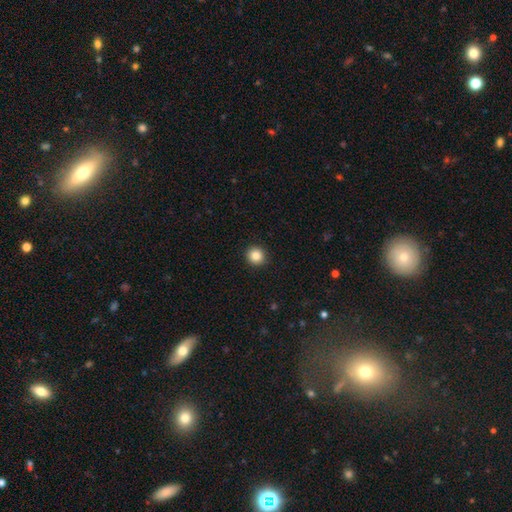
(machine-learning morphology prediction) A smooth galaxy with no disk features (85%) that is round (93%).

Vote fractions:
- Smooth or featured? smooth: 85% / star or artifact: 10% / featured or disk: 5%
- How rounded? round: 93% / in between: 6% / cigar-shaped: 1%
- Merging? none: 93% / minor disturbance: 4% / major disturbance: 2% / merger: 1%